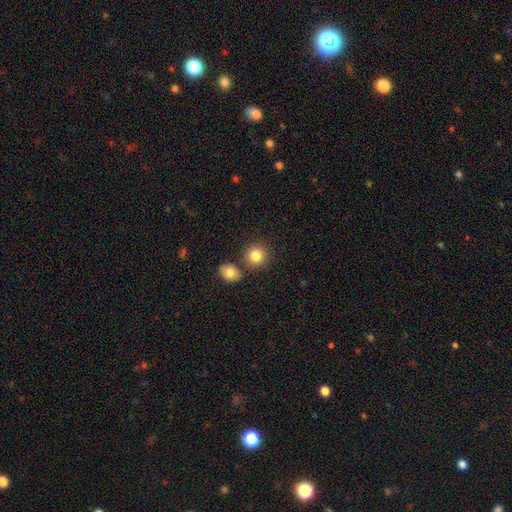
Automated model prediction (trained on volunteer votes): The model was most divided on "merging": none: 75%, merger: 14%, minor disturbance: 9%, major disturbance: 3%. More confident: how rounded — round (86%); smooth or featured — smooth (83%).